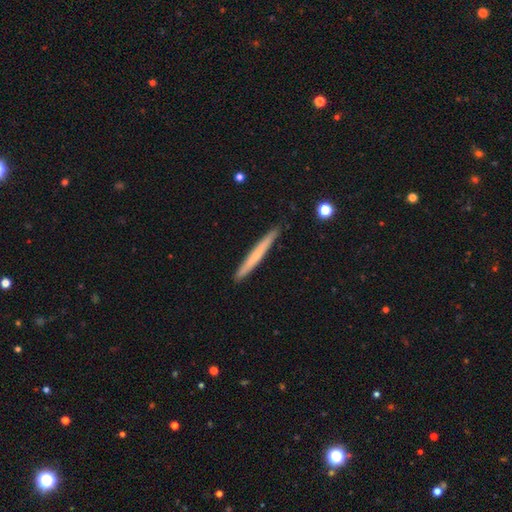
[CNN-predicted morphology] Smooth or featured? Predicted: smooth (p=0.57). How rounded? Predicted: cigar-shaped (p=0.97). Merging? Predicted: none (p=0.91).